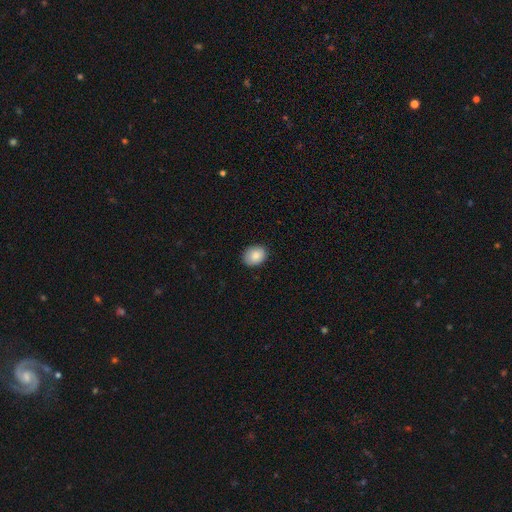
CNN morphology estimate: type=smooth (87%); roundness=in between (61%); merging=none (86%).